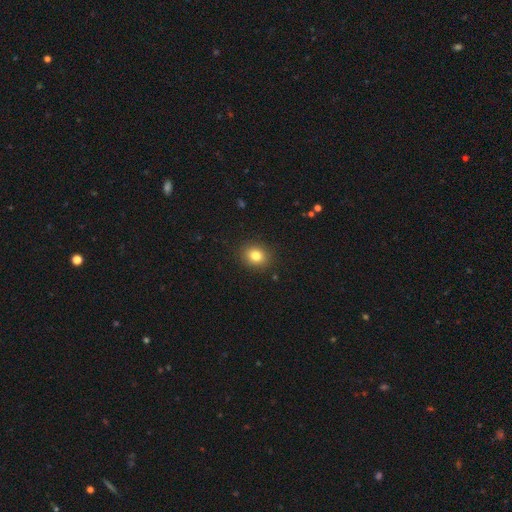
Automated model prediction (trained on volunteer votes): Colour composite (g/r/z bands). It shows a smooth galaxy with no disk features (82%) that is round (67%). Merging: none (89%).